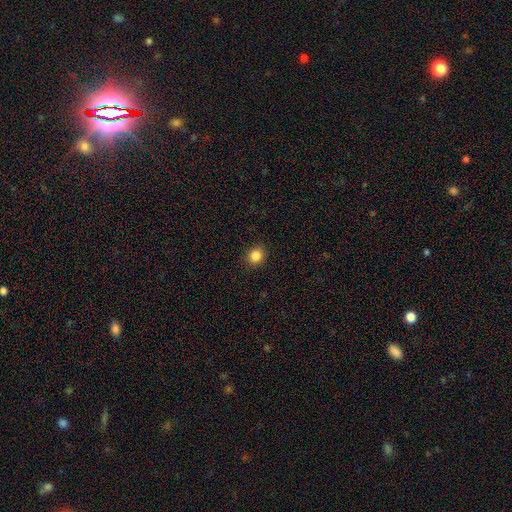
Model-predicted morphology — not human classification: type=smooth (85%); roundness=round (78%); merging=none (91%).